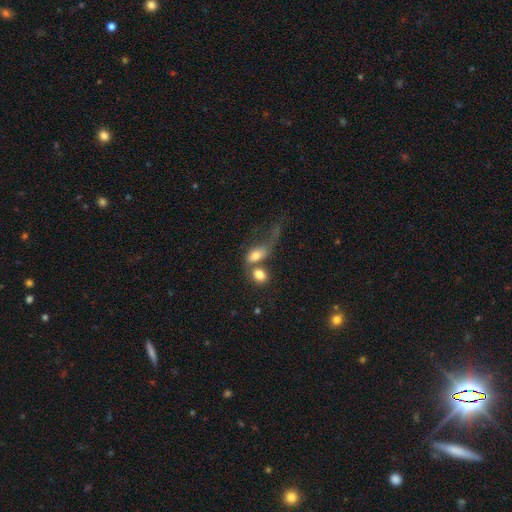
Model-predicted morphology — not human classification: smooth 70%, featured or disk 20%, star or artifact 10%. Down the decision tree: how rounded — in between (76%); merging — merger (59%).